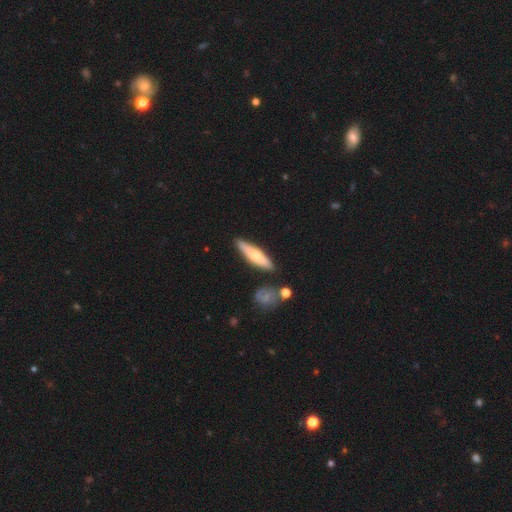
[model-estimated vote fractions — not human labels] A smooth galaxy with no disk features (52%) that is cigar-shaped (76%). Merging: none (84%).